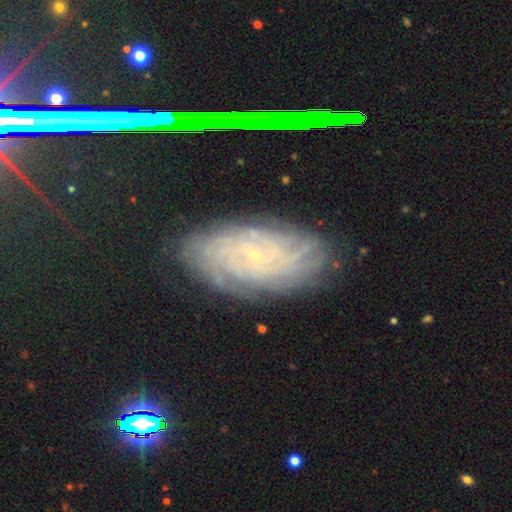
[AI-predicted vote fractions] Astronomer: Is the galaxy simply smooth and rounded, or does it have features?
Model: featured or disk — 72%.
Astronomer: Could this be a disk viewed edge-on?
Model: no — 93%.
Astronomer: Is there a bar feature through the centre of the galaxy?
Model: no — 71%.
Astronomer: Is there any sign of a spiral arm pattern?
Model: yes — 95%.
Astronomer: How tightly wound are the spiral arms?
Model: tight — 80%.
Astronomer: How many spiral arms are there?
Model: can't tell — 43%.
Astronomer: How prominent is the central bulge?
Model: small — 87%.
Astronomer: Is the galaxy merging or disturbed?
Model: none — 82%.